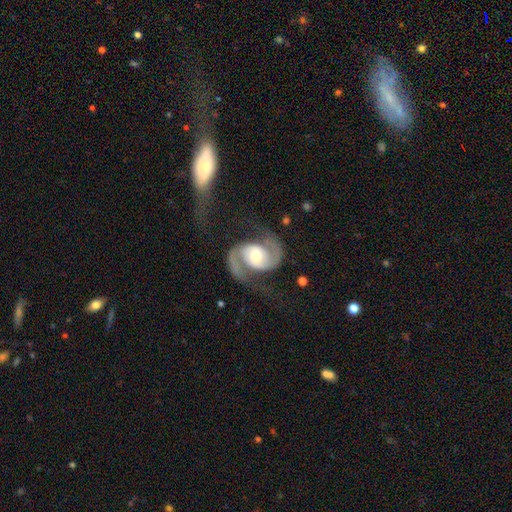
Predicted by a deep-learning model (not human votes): This appears to be a featured or disk galaxy (92%) with no bar (56%), 2 (94%) medium (53%) spiral arms (98%) and a moderate central bulge (67%). Merging: none (72%).